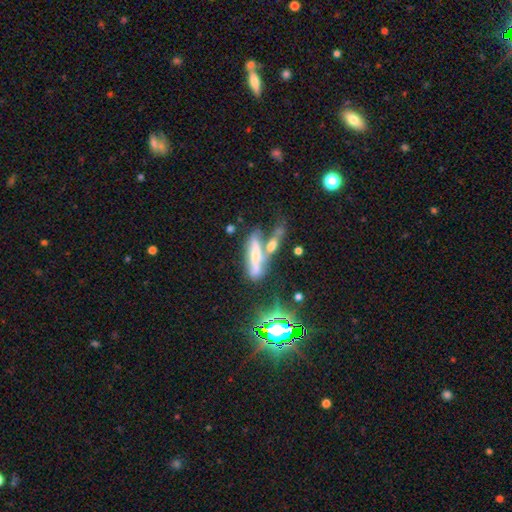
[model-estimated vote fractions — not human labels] Q: Smooth or featured?
A: featured or disk (48%); runner-up: smooth (37%)
Q: Merging?
A: merger (46%); runner-up: none (29%)